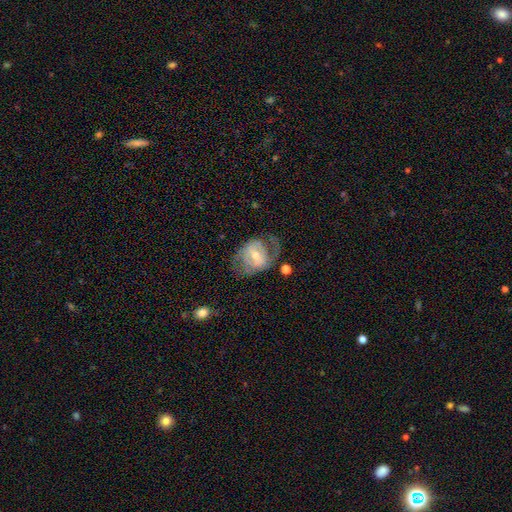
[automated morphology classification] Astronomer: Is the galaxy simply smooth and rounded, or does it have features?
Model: featured or disk — 68%.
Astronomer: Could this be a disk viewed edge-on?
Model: no — 96%.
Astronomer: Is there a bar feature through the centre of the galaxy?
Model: weak — 45% (runner-up: strong, 28%).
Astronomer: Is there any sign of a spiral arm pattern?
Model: yes — 71%.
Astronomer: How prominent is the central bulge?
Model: moderate — 53% (runner-up: small, 39%).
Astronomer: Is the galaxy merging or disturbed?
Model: none — 48% (runner-up: major disturbance, 27%).